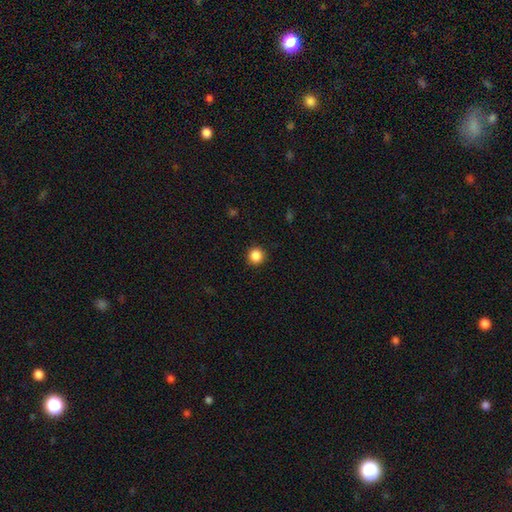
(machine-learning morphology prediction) type=smooth (86%); roundness=round (95%); merging=none (92%).